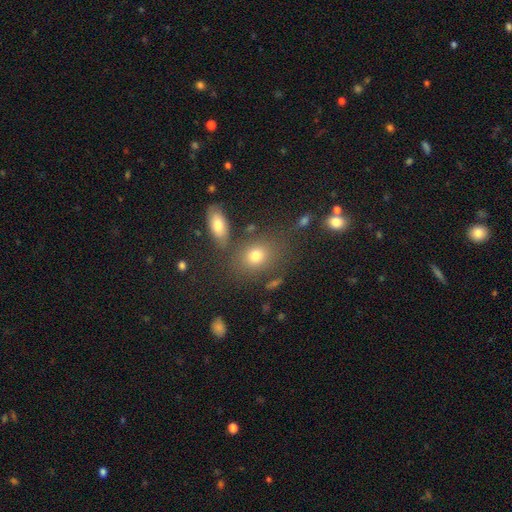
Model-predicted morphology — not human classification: Smooth or featured? Predicted: smooth (p=0.75). How rounded? Predicted: in between (p=0.55). Merging? Predicted: none (p=0.70).